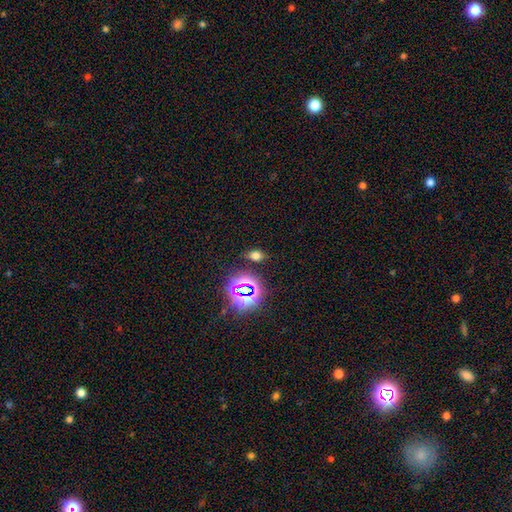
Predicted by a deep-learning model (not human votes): Smooth or featured?
  - smooth: 59% *
  - star or artifact: 33%
  - featured or disk: 8%
How rounded?
  - in between: 75% *
  - round: 22%
  - cigar-shaped: 3%
Merging?
  - none: 82% *
  - minor disturbance: 11%
  - major disturbance: 4%
  - merger: 3%